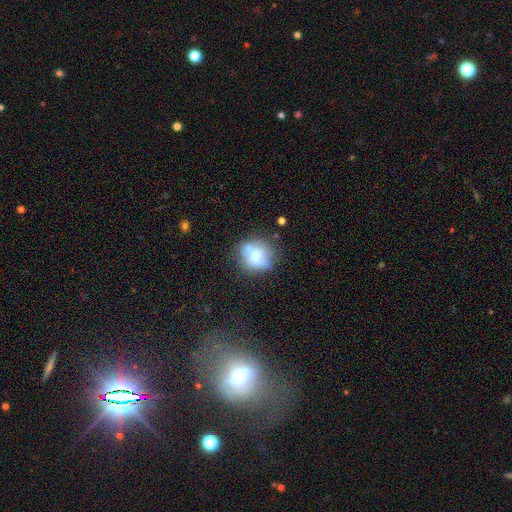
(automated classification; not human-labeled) smooth_or_featured: smooth (p=0.53) [alt: featured or disk p=0.37]
how_rounded: round (p=0.80) [alt: in between p=0.18]
merging: none (p=0.61) [alt: minor disturbance p=0.19]